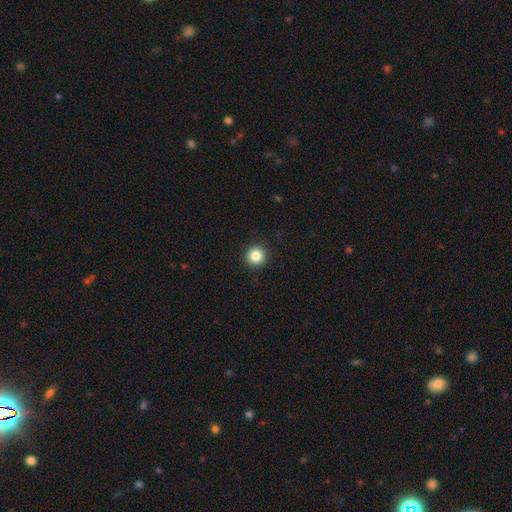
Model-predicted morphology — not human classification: Overall: smooth (85%). How rounded: round (96%). Merging: none (93%).